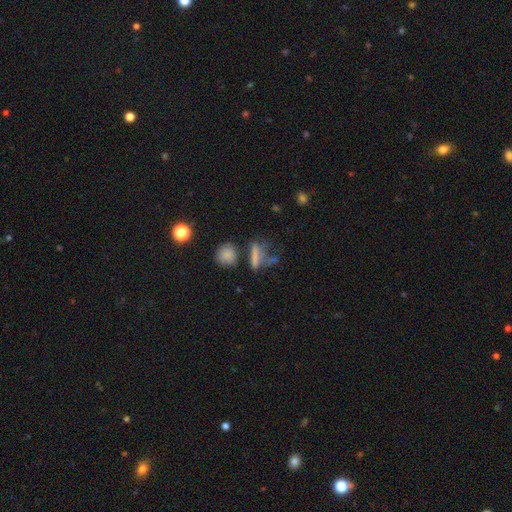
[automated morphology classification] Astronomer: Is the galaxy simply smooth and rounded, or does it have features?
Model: smooth — 49% (runner-up: star or artifact, 27%).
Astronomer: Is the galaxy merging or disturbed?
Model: none — 48%.